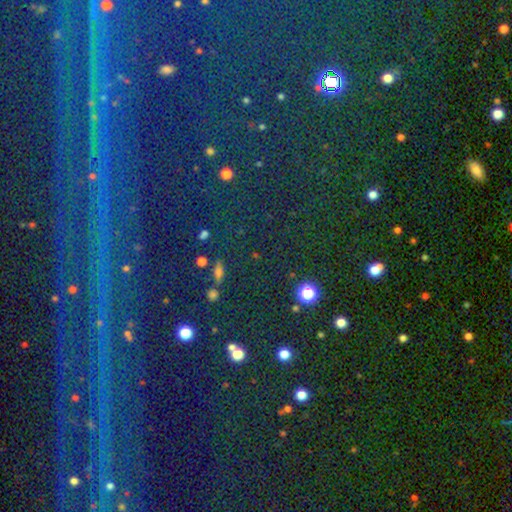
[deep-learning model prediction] A star or artifact, not a galaxy (49%).

Vote fractions:
- Smooth or featured? star or artifact: 49% / smooth: 39% / featured or disk: 12%